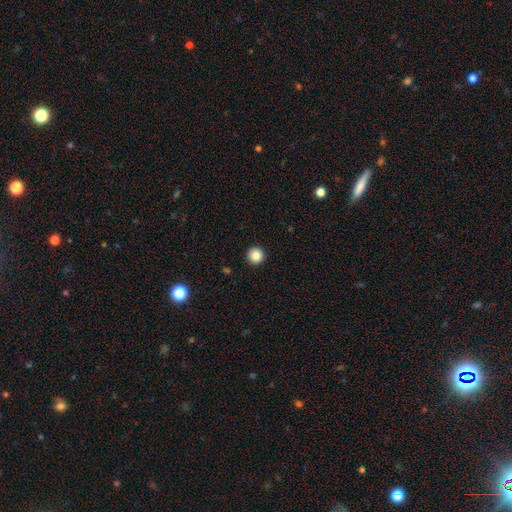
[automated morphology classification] Smooth or featured? Predicted: smooth (p=0.85). How rounded? Predicted: round (p=0.96). Merging? Predicted: none (p=0.94).